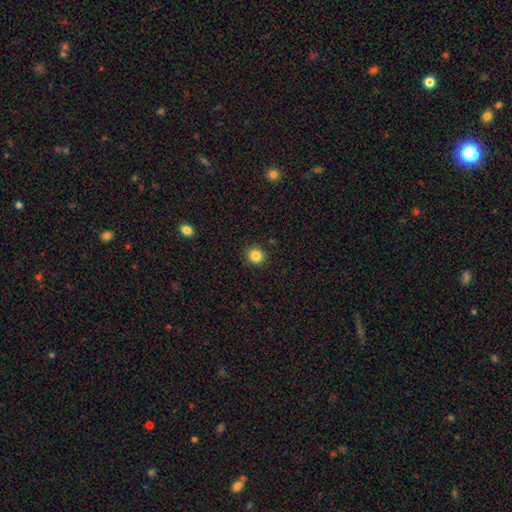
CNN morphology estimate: smooth_or_featured: smooth (p=0.85) [alt: star or artifact p=0.11]
how_rounded: round (p=0.91) [alt: in between p=0.08]
merging: none (p=0.92) [alt: minor disturbance p=0.05]